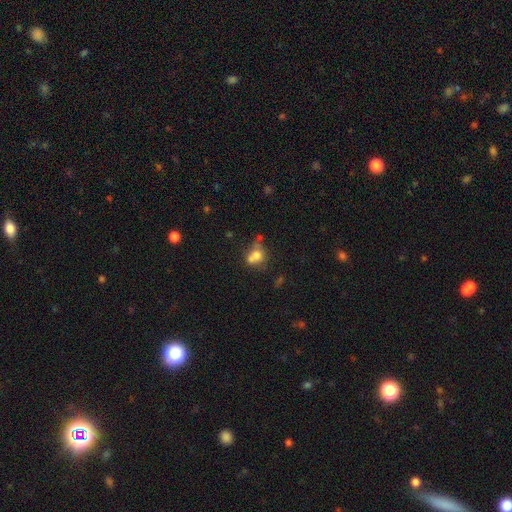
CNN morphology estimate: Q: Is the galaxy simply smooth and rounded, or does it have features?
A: smooth — 69%.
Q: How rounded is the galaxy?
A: round — 55%.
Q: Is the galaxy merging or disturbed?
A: merger — 41%.